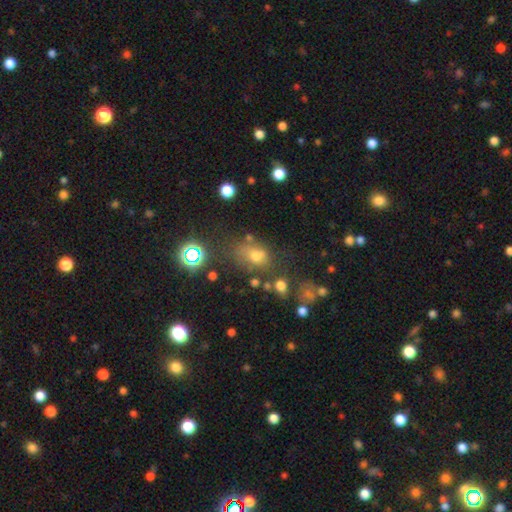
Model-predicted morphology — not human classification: Smooth or featured: smooth — 61% (star or artifact — 25%)
How rounded: in between — 64% (round — 34%)
Merging: none — 56% (minor disturbance — 21%)